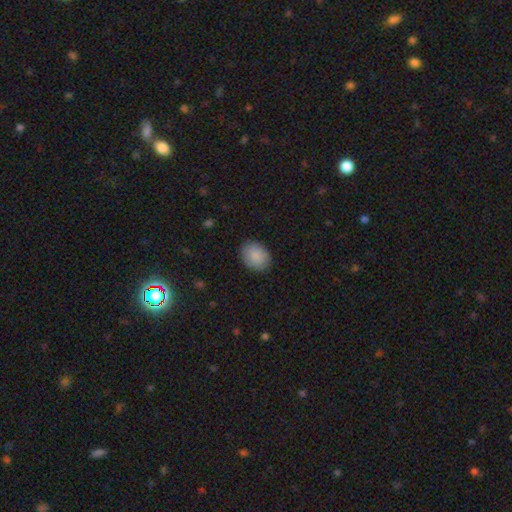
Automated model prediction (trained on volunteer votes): A smooth galaxy with no disk features (89%) that is in between round and cigar-shaped (69%). Merging: none (86%).